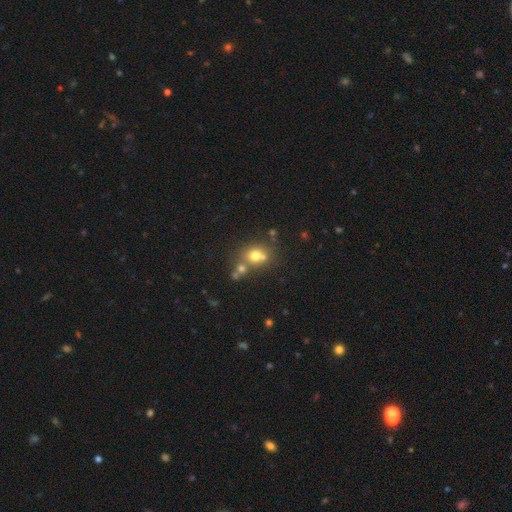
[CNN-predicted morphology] smooth 68%, star or artifact 16%, featured or disk 16%. Down the decision tree: how rounded — round (73%); merging — none (49%).